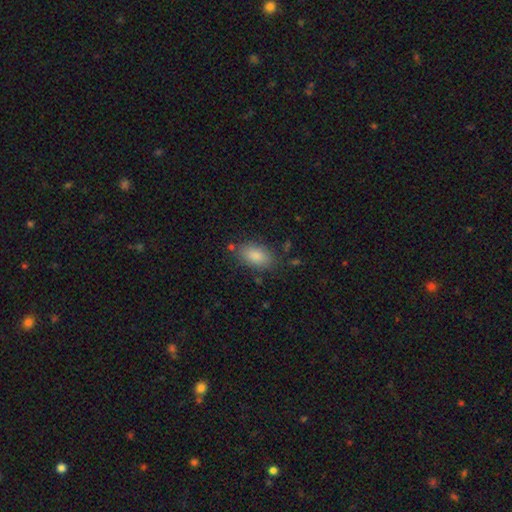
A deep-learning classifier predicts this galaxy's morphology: This appears to be a smooth galaxy with no disk features (86%) that is in between round and cigar-shaped (92%). Merging: none (79%).